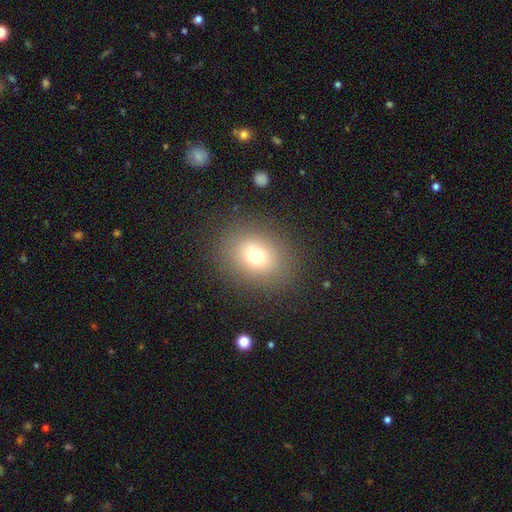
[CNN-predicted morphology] Overall: smooth (72%). How rounded: round (56%; in between 43%). Merging: none (85%).